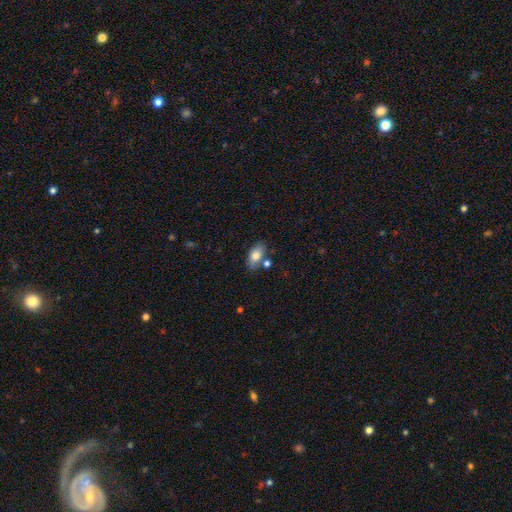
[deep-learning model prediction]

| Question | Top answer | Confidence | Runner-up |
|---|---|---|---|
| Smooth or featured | smooth | 76% | featured or disk (17%) |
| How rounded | in between | 88% | cigar-shaped (7%) |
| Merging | none | 73% | minor disturbance (14%) |